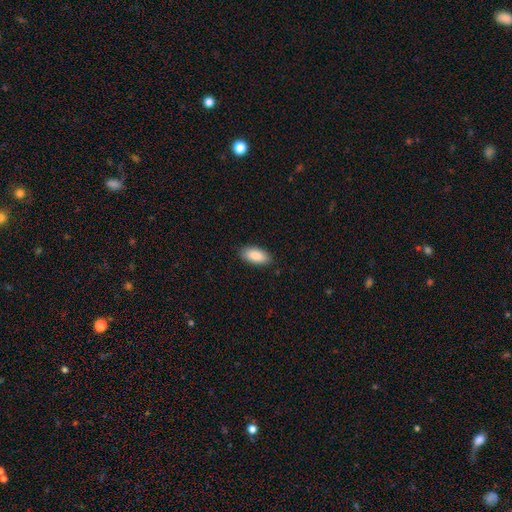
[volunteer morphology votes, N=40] Smooth or featured? 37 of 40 (92%) said smooth. How rounded? 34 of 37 (92%) said in between. Merging? 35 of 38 (92%) said none.